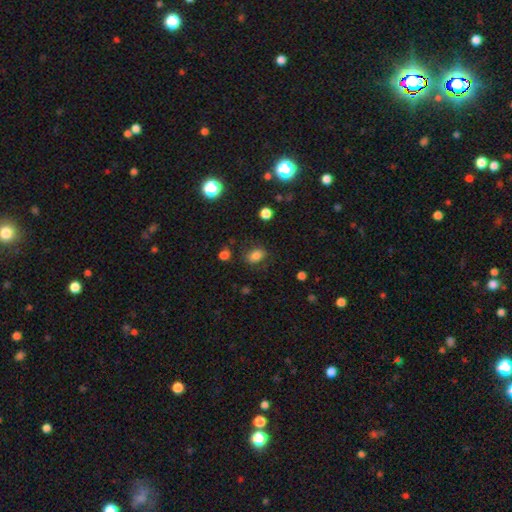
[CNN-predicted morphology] This is clearly a smooth galaxy (81%). How rounded: likely in between (78%). Merging: likely none (78%).